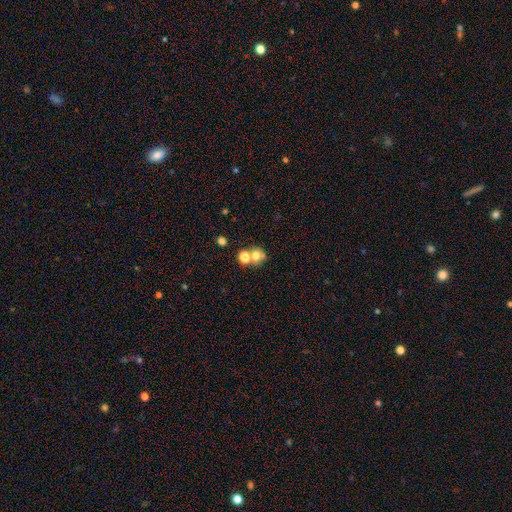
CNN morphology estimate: type=smooth (68%); roundness=round (73%); merging=merger (46%).